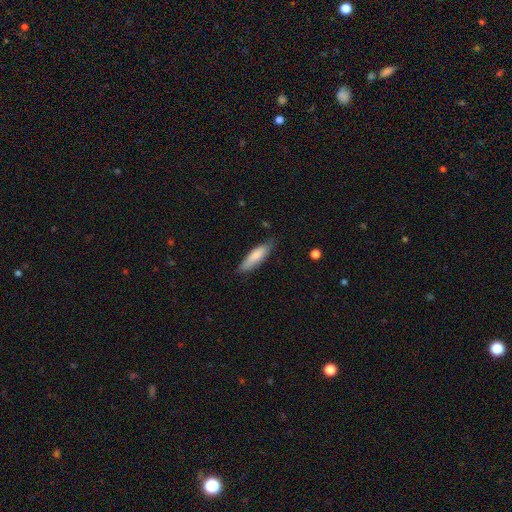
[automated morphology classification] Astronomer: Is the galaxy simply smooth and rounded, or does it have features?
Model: smooth — 81%.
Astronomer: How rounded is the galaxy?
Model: cigar-shaped — 62%.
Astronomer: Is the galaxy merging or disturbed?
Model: none — 77%.